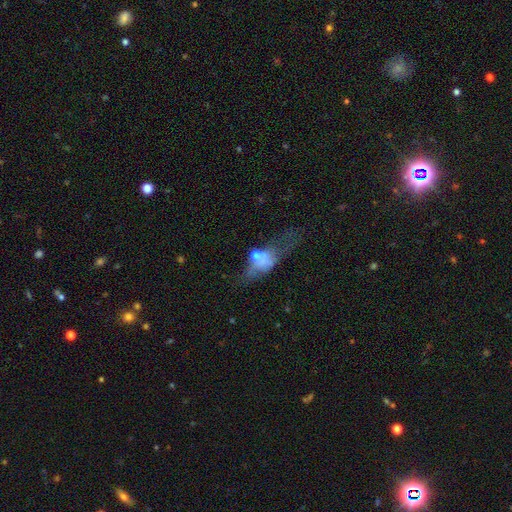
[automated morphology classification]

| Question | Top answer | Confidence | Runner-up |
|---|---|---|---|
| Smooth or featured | smooth | 45% | featured or disk (42%) |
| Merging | major disturbance | 41% | merger (28%) |